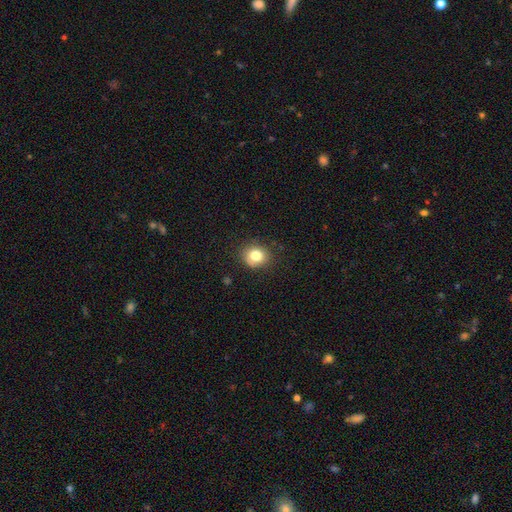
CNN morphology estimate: Smooth or featured? smooth (81%)
How rounded? round (77%)
Merging? none (82%)